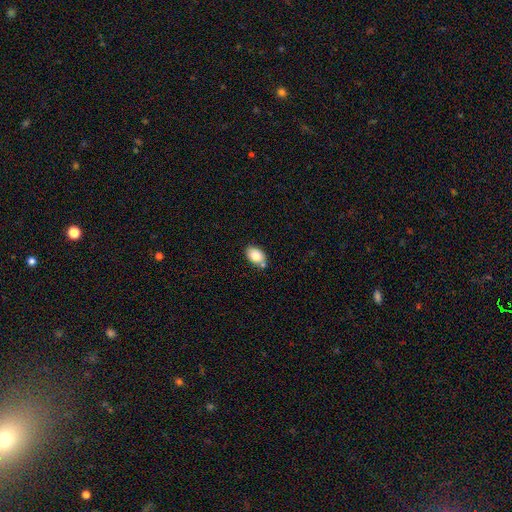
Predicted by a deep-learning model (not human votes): Q: Smooth or featured?
A: smooth (83%); runner-up: featured or disk (9%)
Q: How rounded?
A: in between (87%); runner-up: round (12%)
Q: Merging?
A: none (70%); runner-up: minor disturbance (15%)